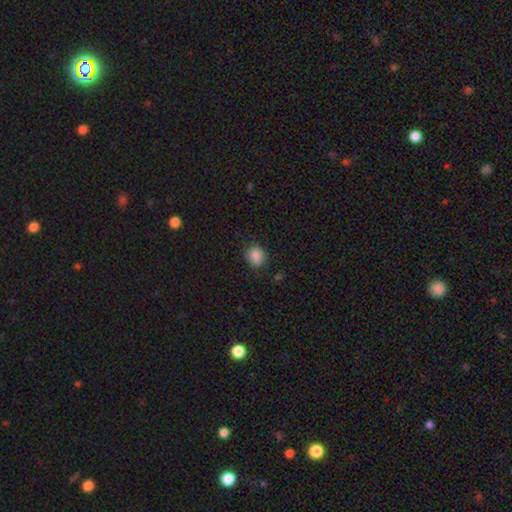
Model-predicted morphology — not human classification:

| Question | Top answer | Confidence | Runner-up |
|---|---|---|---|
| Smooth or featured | smooth | 87% | star or artifact (9%) |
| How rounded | round | 73% | in between (26%) |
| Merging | none | 81% | minor disturbance (15%) |